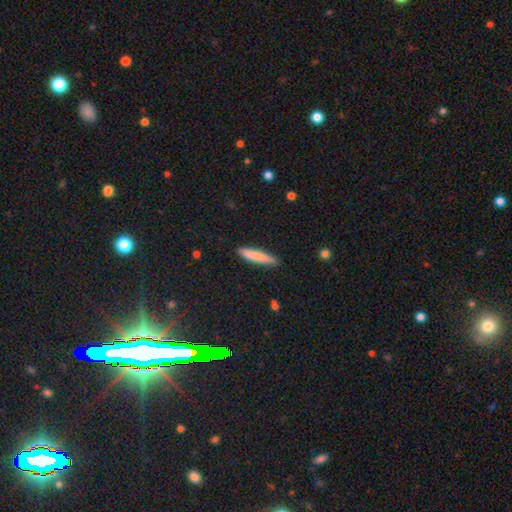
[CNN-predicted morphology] A smooth galaxy with no disk features (81%) that is cigar-shaped (88%).

Vote fractions:
- Smooth or featured? smooth: 81% / featured or disk: 13% / star or artifact: 6%
- How rounded? cigar-shaped: 88% / in between: 10% / round: 1%
- Merging? none: 89% / minor disturbance: 9% / major disturbance: 2% / merger: 1%